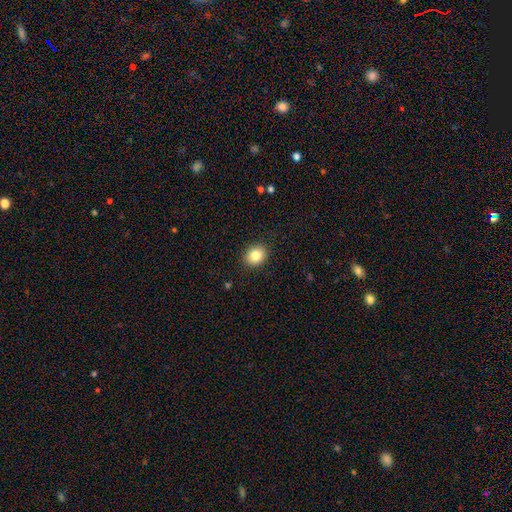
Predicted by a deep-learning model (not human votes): This appears to be a smooth galaxy with no disk features (83%) that is round (57%). Merging: none (90%).